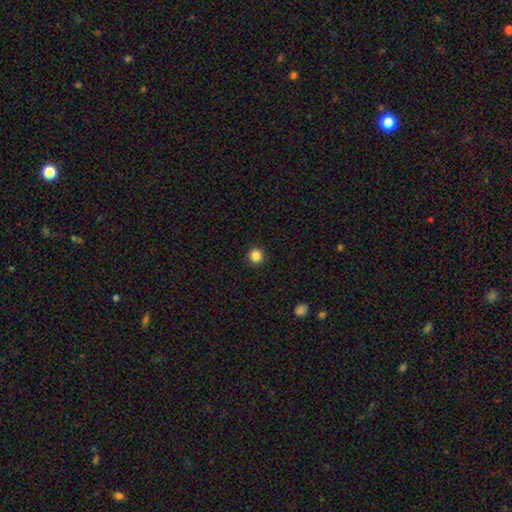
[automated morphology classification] This is clearly a smooth galaxy (86%). How rounded: clearly round (95%). Merging: clearly none (93%).